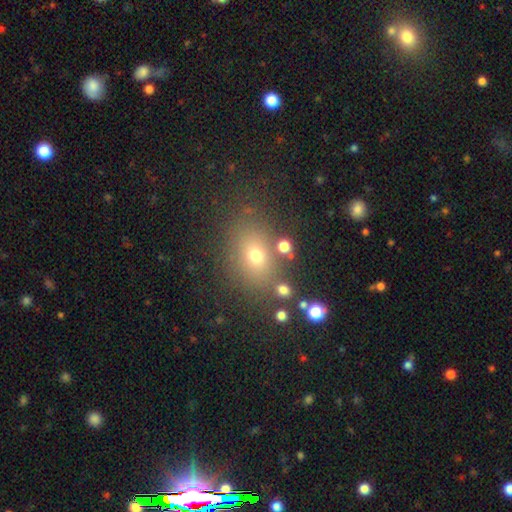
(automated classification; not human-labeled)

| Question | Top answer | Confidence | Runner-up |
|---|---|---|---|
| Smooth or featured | smooth | 68% | star or artifact (19%) |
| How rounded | in between | 63% | round (35%) |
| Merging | none | 78% | minor disturbance (12%) |